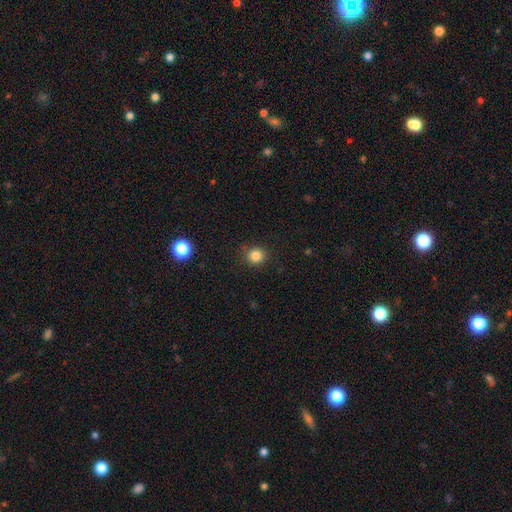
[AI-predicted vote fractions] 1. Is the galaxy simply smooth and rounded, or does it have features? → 83% smooth, 12% star or artifact, 5% featured or disk.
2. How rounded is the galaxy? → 91% round, 9% in between, 1% cigar-shaped.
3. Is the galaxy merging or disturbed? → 88% none, 8% minor disturbance, 2% major disturbance, 2% merger.